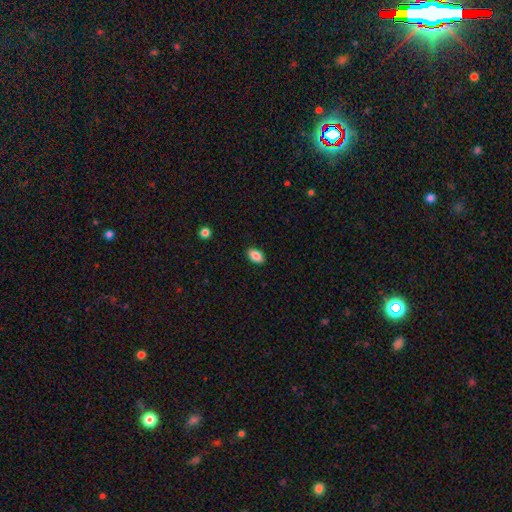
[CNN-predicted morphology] Smooth or featured? smooth (86%)
How rounded? in between (91%)
Merging? none (89%)